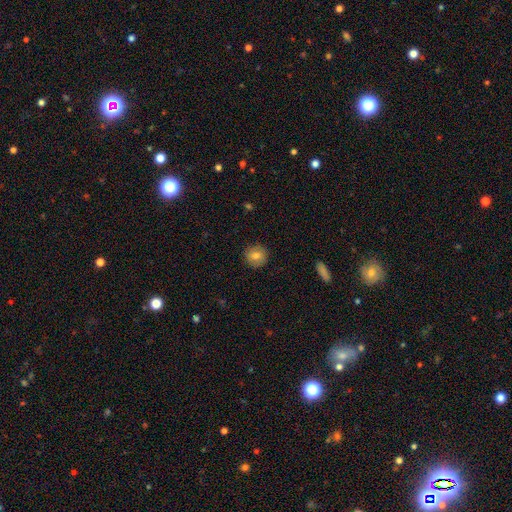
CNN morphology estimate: This appears to be a smooth galaxy with no disk features (77%) that is round (90%). Merging: none (89%).